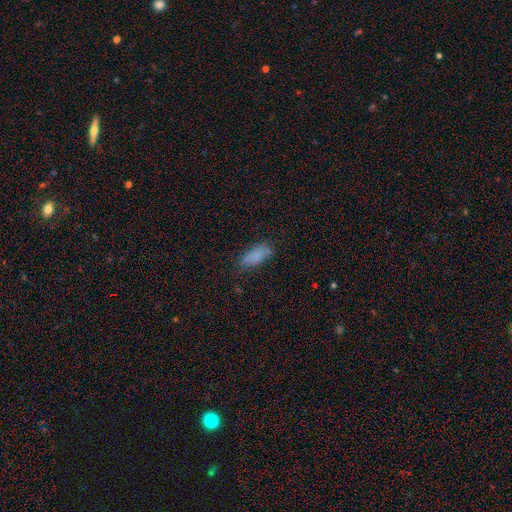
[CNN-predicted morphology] A smooth galaxy with no disk features (83%) that is in between round and cigar-shaped (79%).

Vote fractions:
- Smooth or featured? smooth: 83% / star or artifact: 9% / featured or disk: 8%
- How rounded? in between: 79% / cigar-shaped: 18% / round: 2%
- Merging? none: 71% / minor disturbance: 21% / major disturbance: 6% / merger: 2%